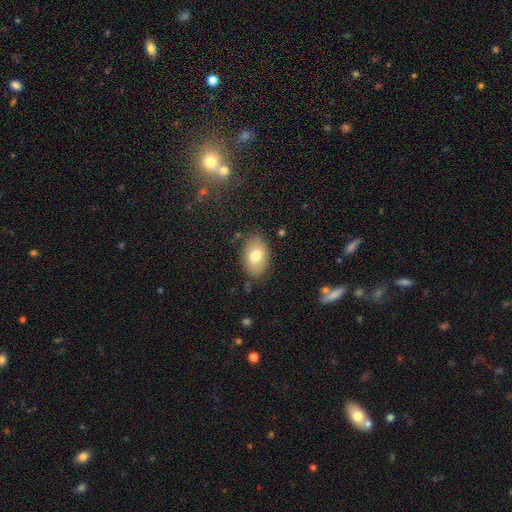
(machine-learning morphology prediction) A smooth galaxy with no disk features (75%) that is in between round and cigar-shaped (88%).

Vote fractions:
- Smooth or featured? smooth: 75% / featured or disk: 18% / star or artifact: 8%
- How rounded? in between: 88% / round: 11% / cigar-shaped: 1%
- Merging? none: 81% / minor disturbance: 14% / major disturbance: 3% / merger: 2%